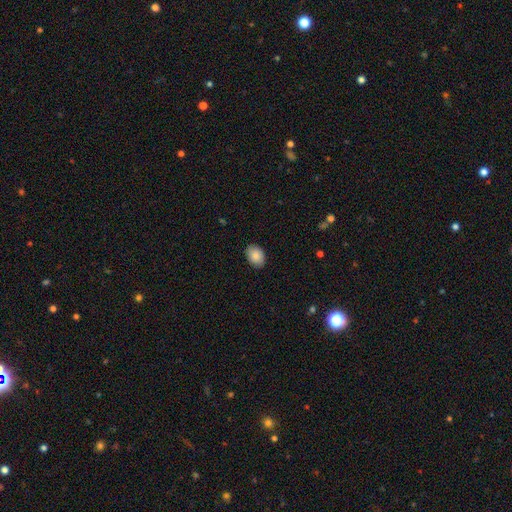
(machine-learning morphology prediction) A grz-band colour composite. It shows a smooth galaxy with no disk features (87%) that is in between round and cigar-shaped (78%). Merging: none (88%).